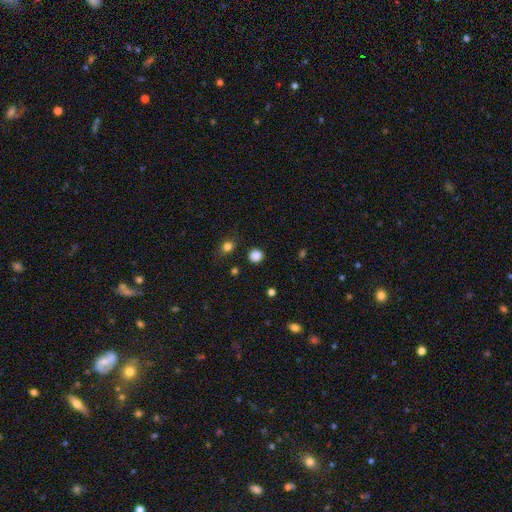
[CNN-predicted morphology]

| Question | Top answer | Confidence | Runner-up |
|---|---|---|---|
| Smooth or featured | smooth | 84% | star or artifact (13%) |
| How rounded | round | 89% | in between (10%) |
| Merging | none | 89% | minor disturbance (7%) |